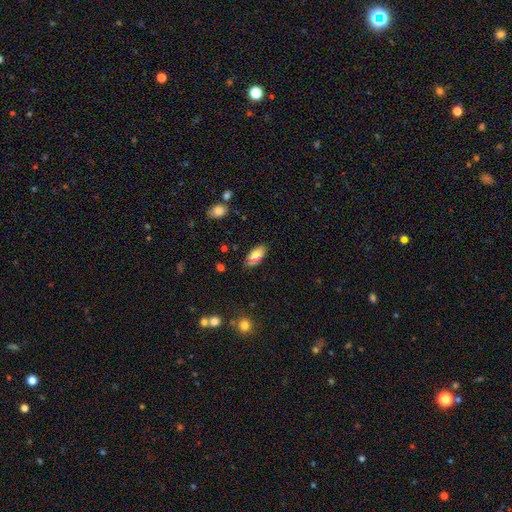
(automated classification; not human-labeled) A smooth galaxy with no disk features (79%) that is in between round and cigar-shaped (89%). Merging: none (86%).